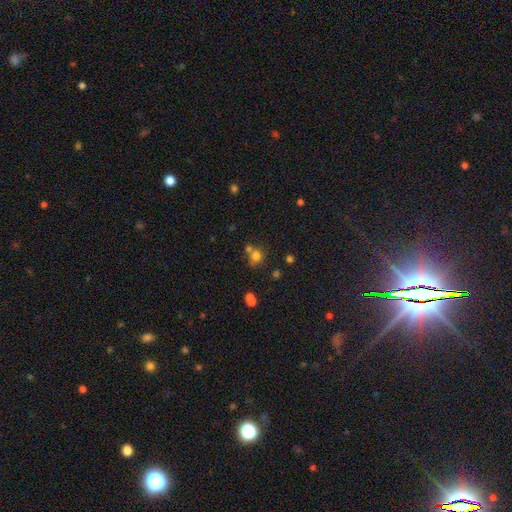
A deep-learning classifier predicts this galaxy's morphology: Smooth or featured? Predicted: smooth (p=0.73). How rounded? Predicted: round (p=0.80). Merging? Predicted: none (p=0.49).